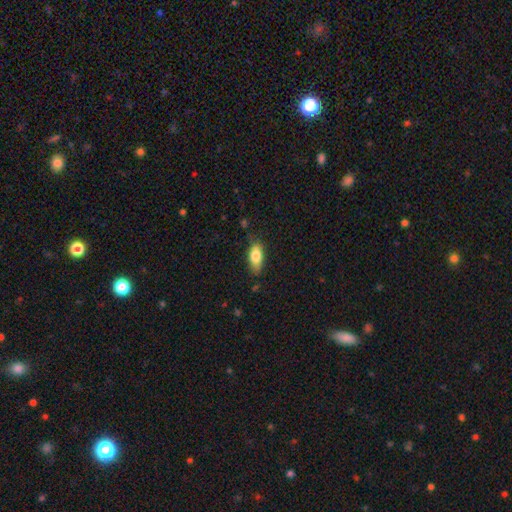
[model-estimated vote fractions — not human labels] smooth-or-featured: smooth: 80% | featured or disk: 13% | star or artifact: 7%
  how-rounded: in between: 84% | cigar-shaped: 13% | round: 3%
  merging: none: 71% | minor disturbance: 23% | major disturbance: 4% | merger: 2%